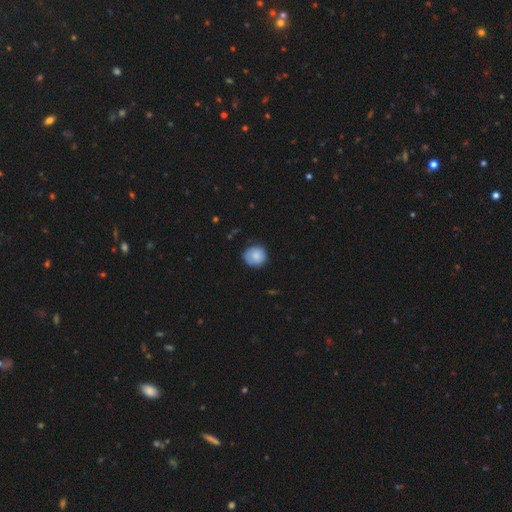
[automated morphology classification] Smooth or featured: smooth — 83% (featured or disk — 10%)
How rounded: round — 88% (in between — 11%)
Merging: none — 75% (minor disturbance — 20%)